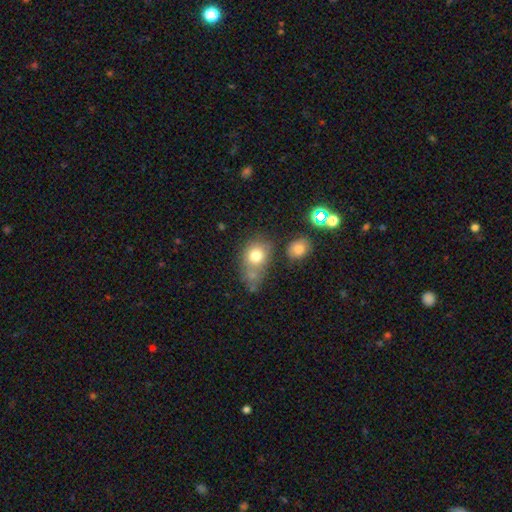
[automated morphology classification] The model was most divided on "how rounded": in between: 50%, round: 48%, cigar-shaped: 2%. Remaining: smooth or featured — smooth (76%); merging — none (43%).